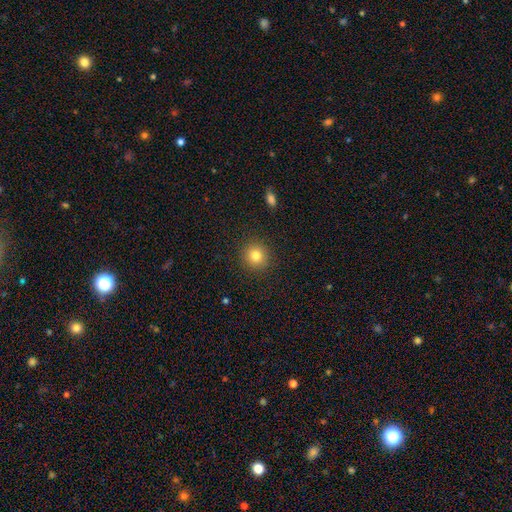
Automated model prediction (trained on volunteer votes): This is clearly a smooth galaxy (81%). How rounded: clearly round (92%). Merging: clearly none (91%).